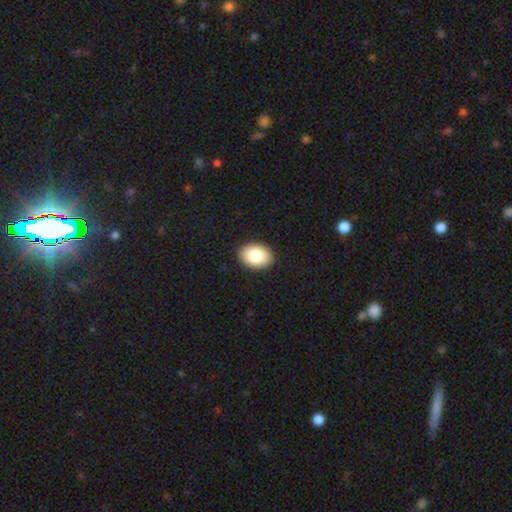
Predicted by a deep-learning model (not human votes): smooth-or-featured: smooth: 84% | featured or disk: 9% | star or artifact: 7%
  how-rounded: in between: 82% | round: 17% | cigar-shaped: 1%
  merging: none: 91% | minor disturbance: 6% | major disturbance: 2% | merger: 1%